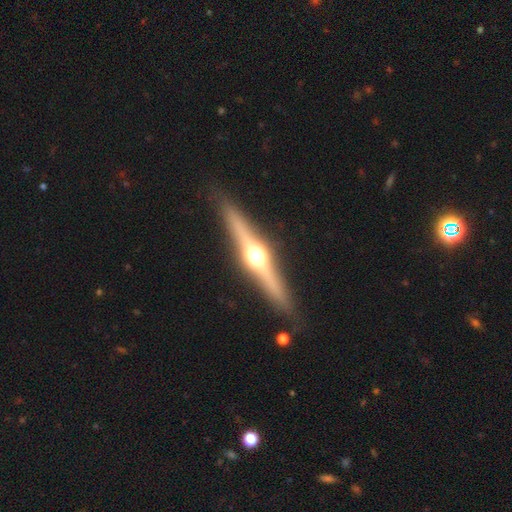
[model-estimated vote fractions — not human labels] Smooth or featured? featured or disk (76%)
Edge-on disk? yes (97%)
Edge-on bulge? rounded (95%)
Merging? none (89%)